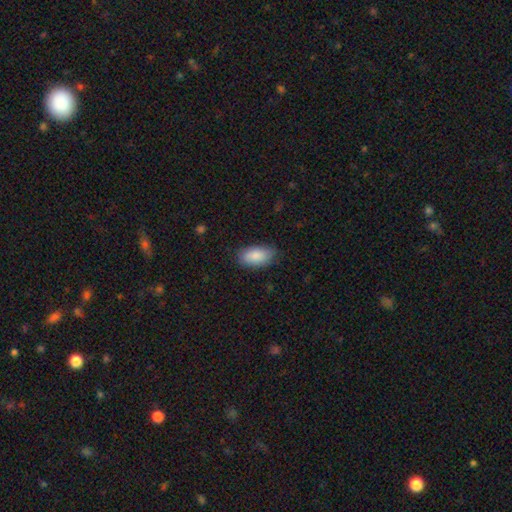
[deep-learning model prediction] smooth 89%, star or artifact 6%, featured or disk 6%. Down the decision tree: how rounded — in between (94%); merging — none (80%).